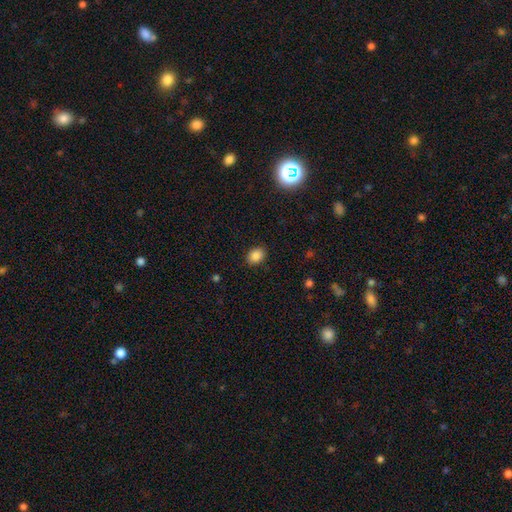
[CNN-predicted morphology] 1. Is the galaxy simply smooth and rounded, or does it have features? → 86% smooth, 10% star or artifact, 4% featured or disk.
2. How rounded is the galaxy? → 64% in between, 35% round, 1% cigar-shaped.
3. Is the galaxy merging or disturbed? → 88% none, 8% minor disturbance, 2% major disturbance, 1% merger.